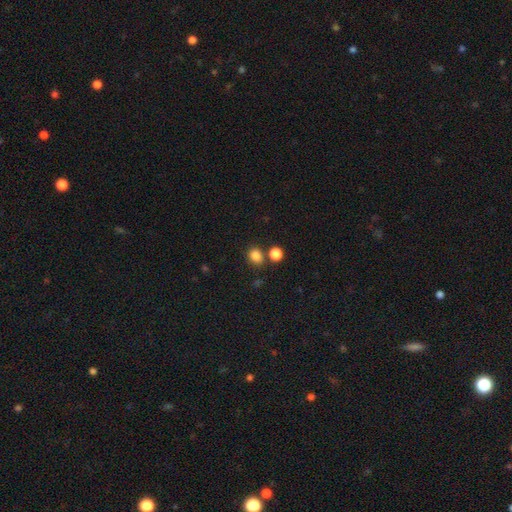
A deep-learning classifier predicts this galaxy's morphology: Smooth or featured? Predicted: smooth (p=0.84). How rounded? Predicted: round (p=0.59). Merging? Predicted: none (p=0.74).